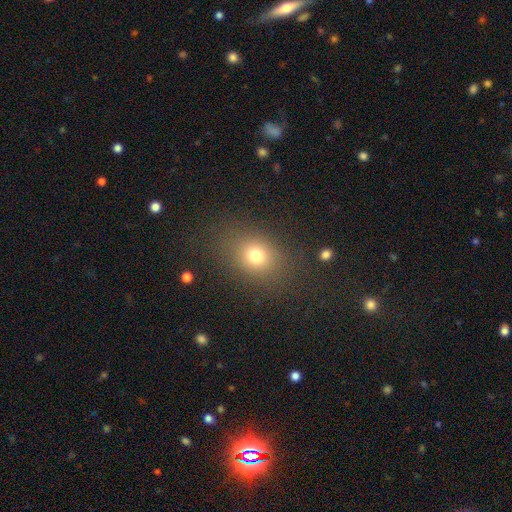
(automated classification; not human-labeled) Smooth or featured: smooth — 74% (star or artifact — 15%)
How rounded: in between — 53% (round — 46%)
Merging: none — 80% (minor disturbance — 12%)